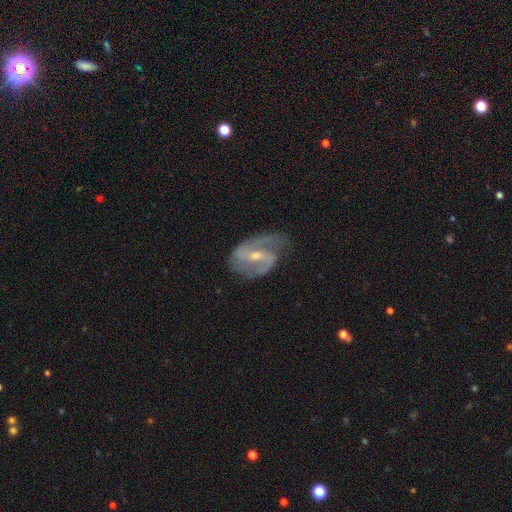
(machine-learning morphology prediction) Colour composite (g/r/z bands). It shows a featured or disk galaxy (89%) with a weak bar (44%), 2 (86%) medium (52%) spiral arms (96%) and a small central bulge (53%). Merging: none (67%).